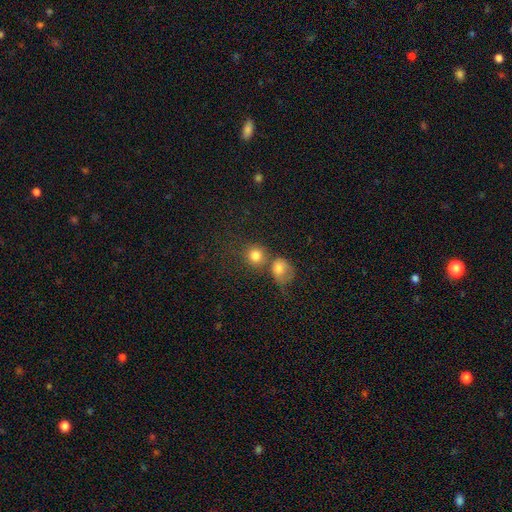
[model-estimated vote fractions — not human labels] Smooth or featured? Predicted: smooth (p=0.81). How rounded? Predicted: round (p=0.84). Merging? Predicted: none (p=0.48).